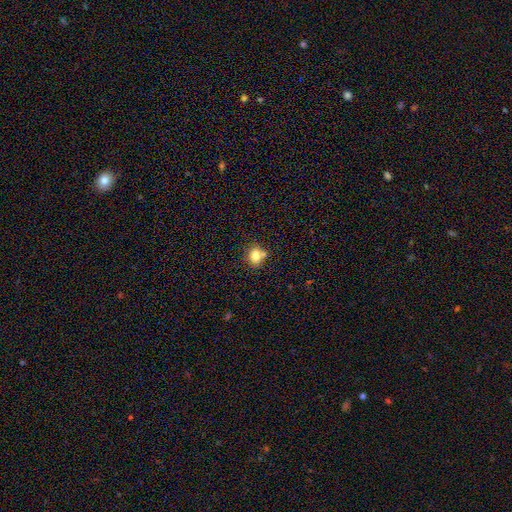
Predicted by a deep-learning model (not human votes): A smooth galaxy with no disk features (81%) that is round (56%). Merging: none (64%).